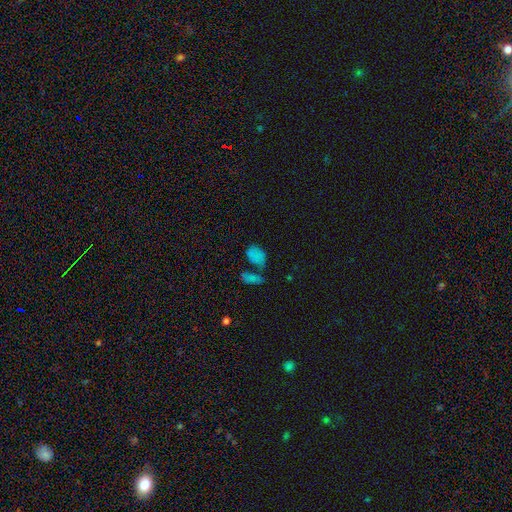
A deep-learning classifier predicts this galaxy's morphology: This appears to be a smooth galaxy with no disk features (68%) that is in between round and cigar-shaped (82%). Merging: none (38%).